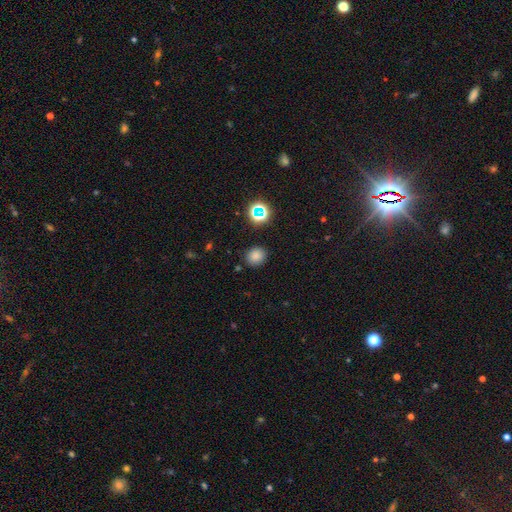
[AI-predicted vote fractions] A smooth galaxy with no disk features (78%) that is round (83%). Merging: none (86%).